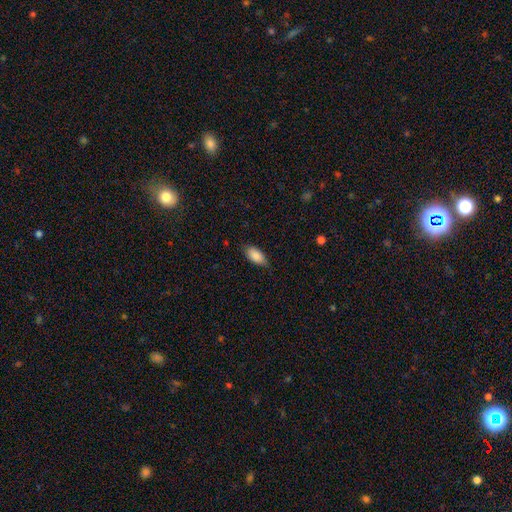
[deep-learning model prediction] Smooth or featured? smooth (87%)
How rounded? in between (91%)
Merging? none (75%)